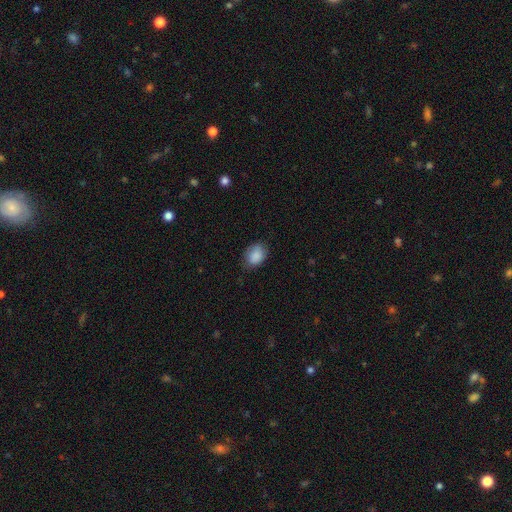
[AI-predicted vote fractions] smooth_or_featured: smooth (p=0.87) [alt: star or artifact p=0.07]
how_rounded: in between (p=0.72) [alt: round p=0.27]
merging: none (p=0.71) [alt: minor disturbance p=0.23]